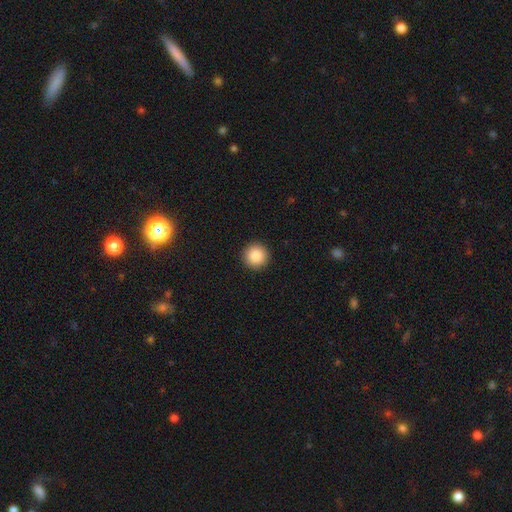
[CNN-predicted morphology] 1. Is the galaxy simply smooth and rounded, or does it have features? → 86% smooth, 9% star or artifact, 5% featured or disk.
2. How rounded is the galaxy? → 96% round, 3% in between, 1% cigar-shaped.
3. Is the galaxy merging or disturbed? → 93% none, 4% minor disturbance, 1% major disturbance, 1% merger.